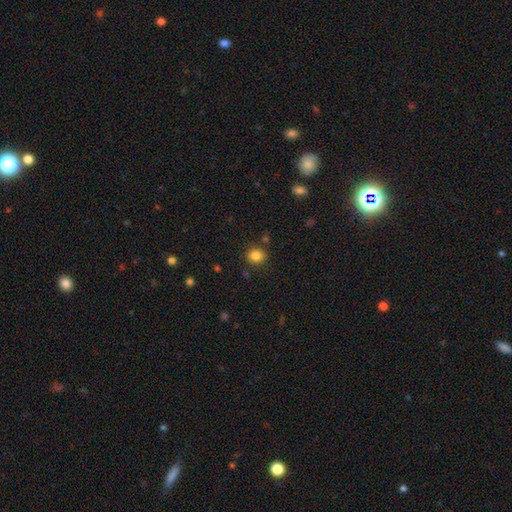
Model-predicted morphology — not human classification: A smooth galaxy with no disk features (84%) that is round (75%). Merging: none (84%).